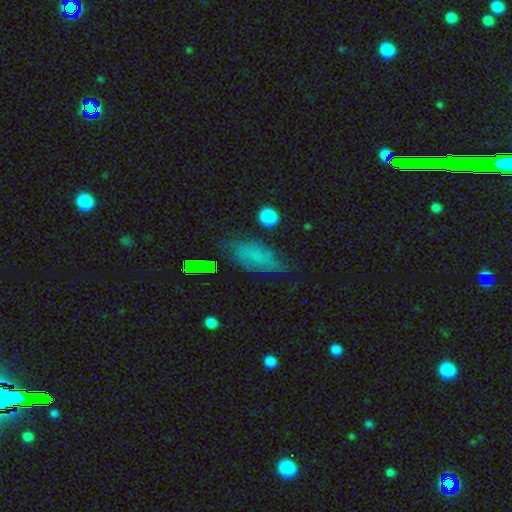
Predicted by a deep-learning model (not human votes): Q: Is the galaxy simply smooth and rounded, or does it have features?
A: smooth — 60%.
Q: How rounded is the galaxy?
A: in between — 75%.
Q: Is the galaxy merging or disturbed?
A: none — 64%.